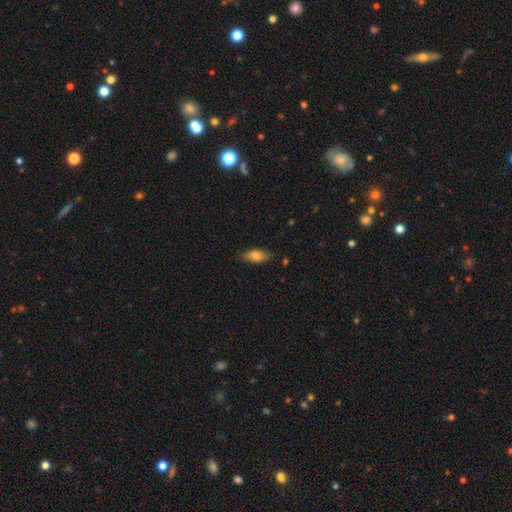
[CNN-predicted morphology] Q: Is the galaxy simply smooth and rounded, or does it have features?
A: smooth — 77%.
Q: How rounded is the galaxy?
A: in between — 82%.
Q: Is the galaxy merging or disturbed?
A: none — 82%.